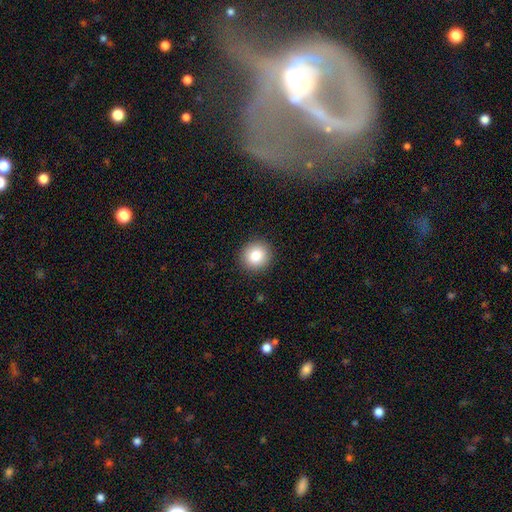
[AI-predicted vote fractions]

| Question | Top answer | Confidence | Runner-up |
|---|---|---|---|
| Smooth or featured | smooth | 83% | star or artifact (9%) |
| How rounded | round | 89% | in between (10%) |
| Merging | none | 92% | minor disturbance (6%) |